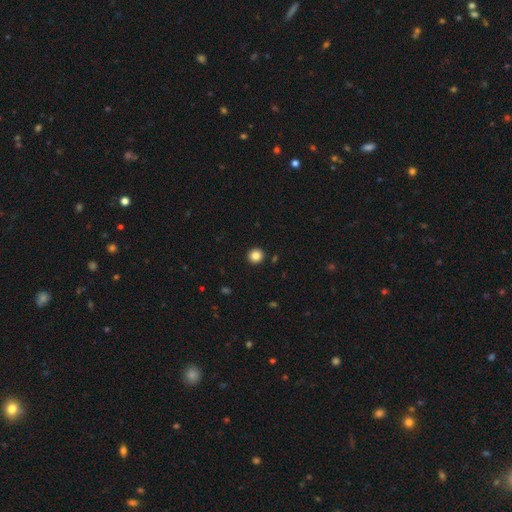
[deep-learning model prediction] This is clearly a smooth galaxy (84%). How rounded: clearly round (94%). Merging: clearly none (93%).